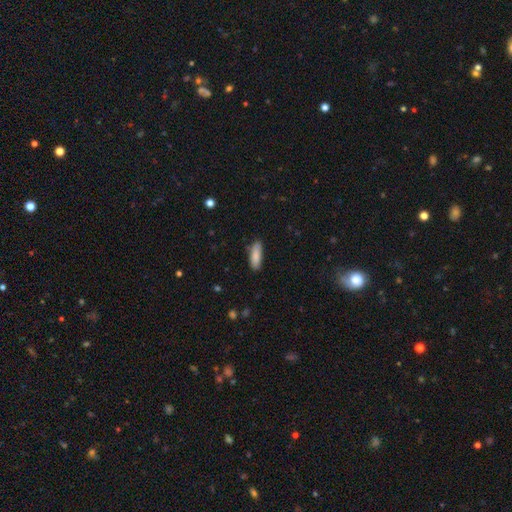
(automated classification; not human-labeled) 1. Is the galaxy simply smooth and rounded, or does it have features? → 86% smooth, 8% featured or disk, 6% star or artifact.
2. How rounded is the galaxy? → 54% in between, 44% cigar-shaped, 2% round.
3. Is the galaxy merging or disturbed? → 81% none, 15% minor disturbance, 3% major disturbance, 2% merger.